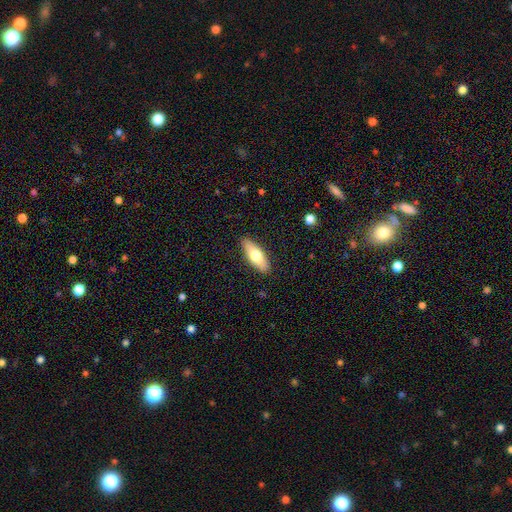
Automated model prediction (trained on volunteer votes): The model was most divided on "how rounded": in between: 65%, cigar-shaped: 33%, round: 2%. More confident: merging — none (89%); smooth or featured — smooth (68%).